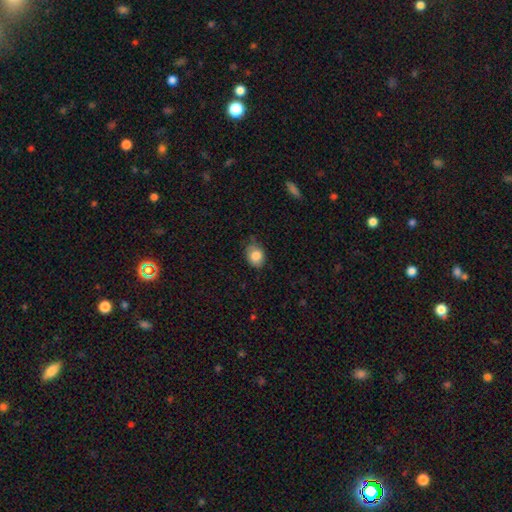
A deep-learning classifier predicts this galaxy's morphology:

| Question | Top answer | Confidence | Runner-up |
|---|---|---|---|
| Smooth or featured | smooth | 83% | featured or disk (9%) |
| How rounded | in between | 56% | round (43%) |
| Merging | none | 65% | minor disturbance (28%) |